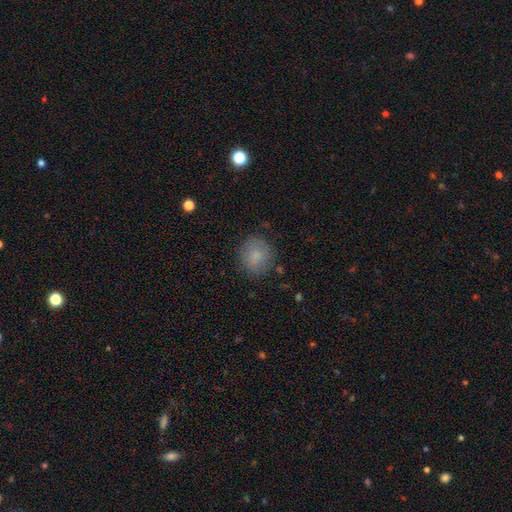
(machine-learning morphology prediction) This is clearly a smooth galaxy (81%). How rounded: likely round (79%). Merging: clearly none (82%).